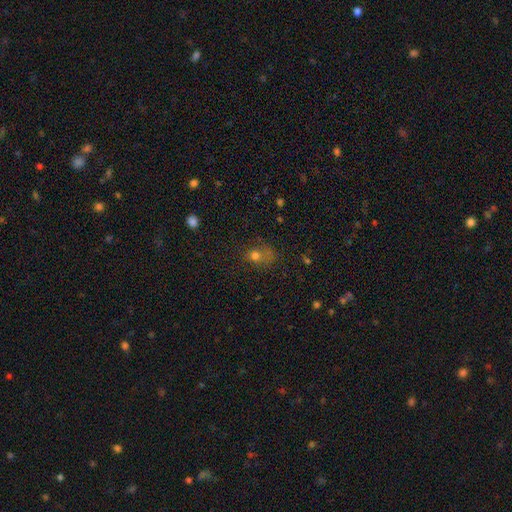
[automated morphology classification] Smooth or featured?
  - smooth: 64% *
  - star or artifact: 24%
  - featured or disk: 13%
How rounded?
  - round: 57% *
  - in between: 41%
  - cigar-shaped: 2%
Merging?
  - none: 48% *
  - minor disturbance: 24%
  - major disturbance: 22%
  - merger: 7%